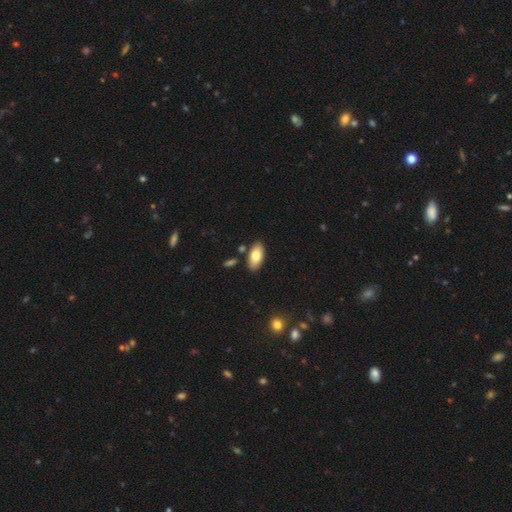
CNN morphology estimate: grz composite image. It shows a smooth galaxy with no disk features (78%) that is in between round and cigar-shaped (93%). Merging: none (84%).